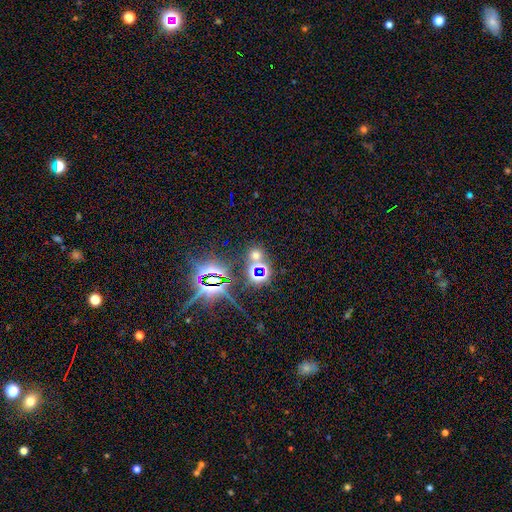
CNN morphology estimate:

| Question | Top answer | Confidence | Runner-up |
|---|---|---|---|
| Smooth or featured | star or artifact | 52% | smooth (40%) |